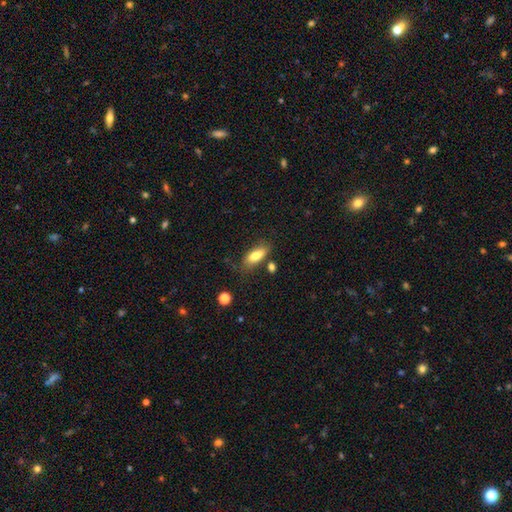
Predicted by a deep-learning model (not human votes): Smooth or featured: smooth — 78% (featured or disk — 15%)
How rounded: in between — 76% (cigar-shaped — 21%)
Merging: none — 69% (minor disturbance — 19%)